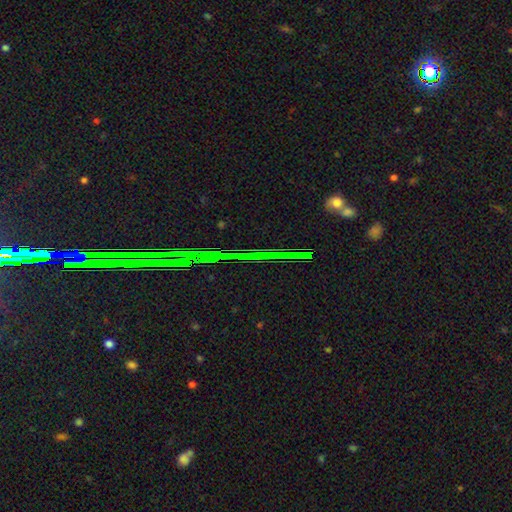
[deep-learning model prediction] Smooth or featured? star or artifact (83%)